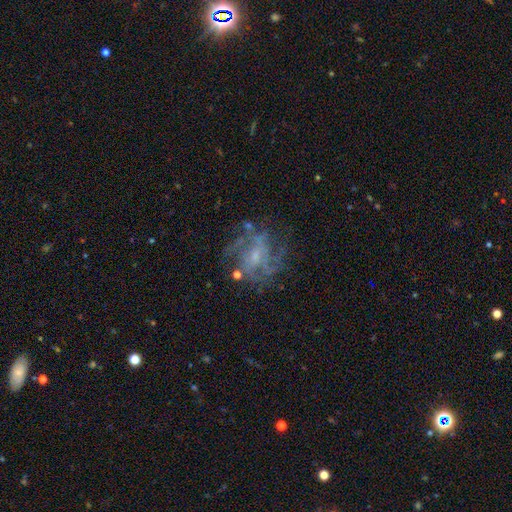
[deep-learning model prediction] Morphology: type=featured or disk (78%); edge-on=no (97%); bar=no (51%); spiral arms=yes (85%); winding=medium (45%); arm count=can't tell (36%); bulge=small (62%); merging=none (64%).